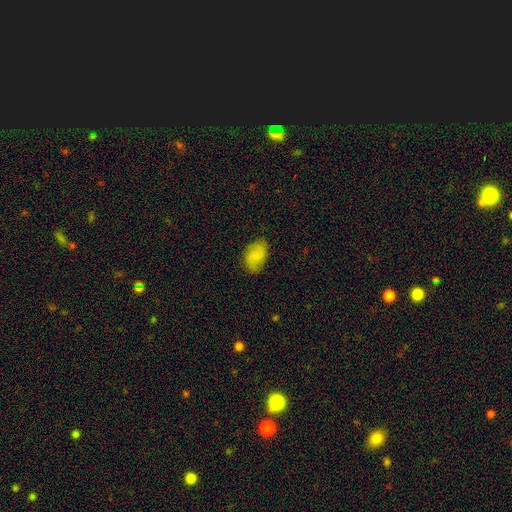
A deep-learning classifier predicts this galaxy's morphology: A smooth galaxy with no disk features (80%) that is in between round and cigar-shaped (89%). Merging: none (76%).